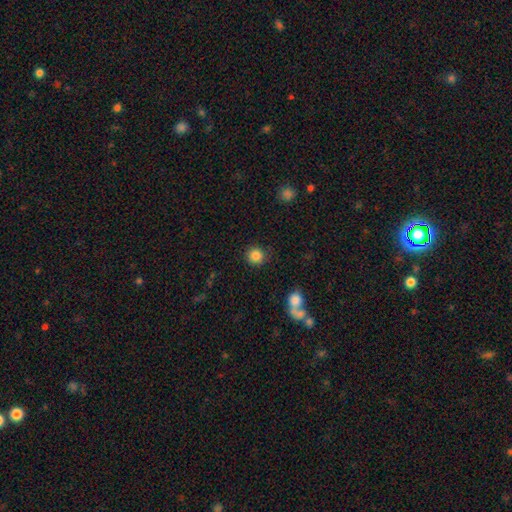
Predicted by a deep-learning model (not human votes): Smooth or featured?
  - smooth: 85% *
  - star or artifact: 10%
  - featured or disk: 5%
How rounded?
  - round: 92% *
  - in between: 7%
  - cigar-shaped: 1%
Merging?
  - none: 88% *
  - minor disturbance: 7%
  - merger: 3%
  - major disturbance: 3%